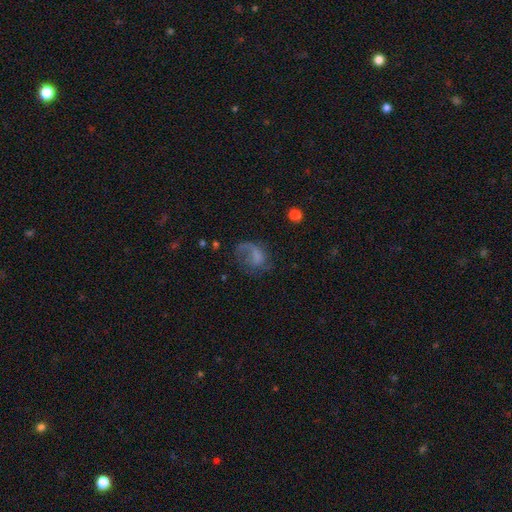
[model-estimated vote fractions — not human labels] Q: Smooth or featured?
A: featured or disk (51%); runner-up: smooth (36%)
Q: Edge-on disk?
A: no (97%); runner-up: yes (3%)
Q: Merging?
A: major disturbance (43%); runner-up: none (35%)